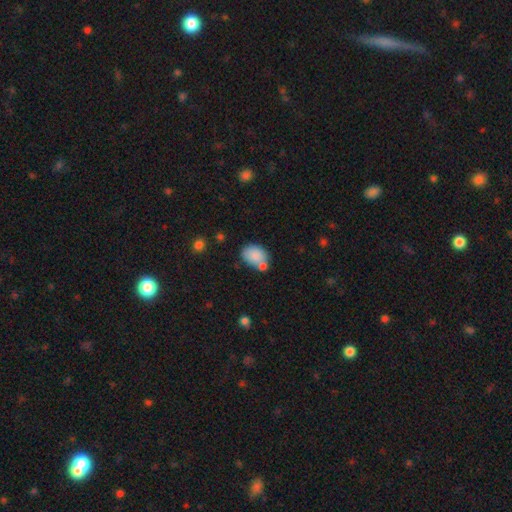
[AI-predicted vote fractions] This is clearly a smooth galaxy (84%). How rounded: likely in between (72%). Merging: possibly none (53%).